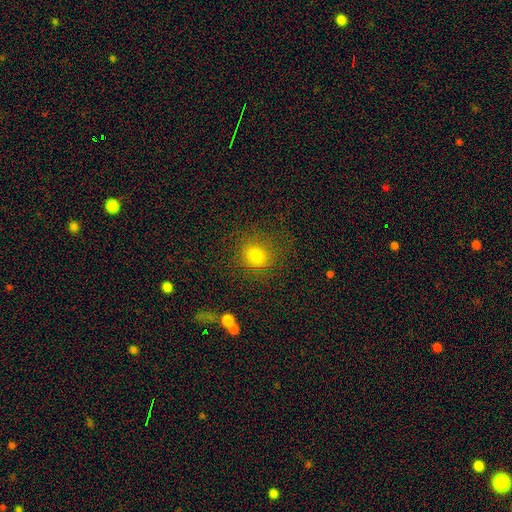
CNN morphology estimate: This is likely a smooth galaxy (77%). How rounded: likely round (79%). Merging: likely none (77%).